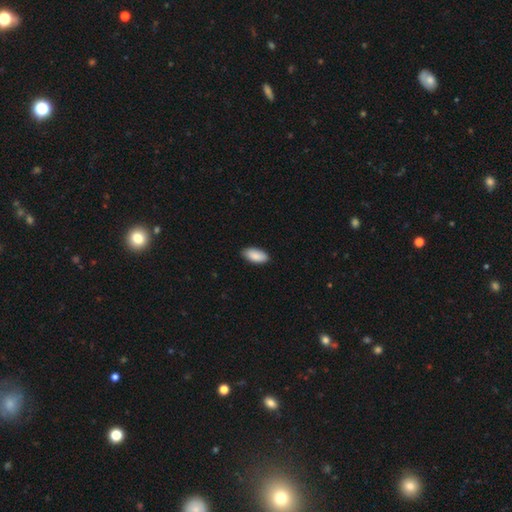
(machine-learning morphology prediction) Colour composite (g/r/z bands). It shows a smooth galaxy with no disk features (90%) that is in between round and cigar-shaped (93%). Merging: none (88%).